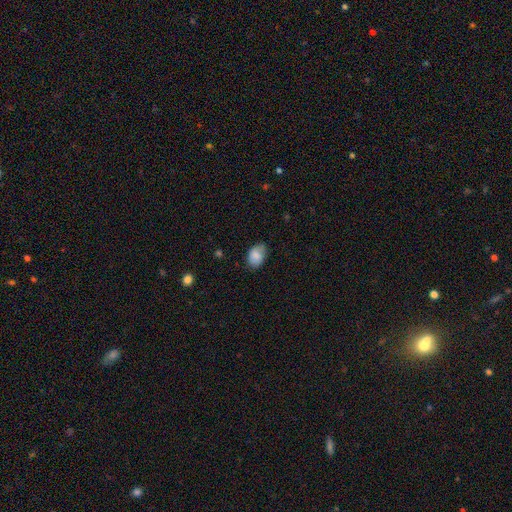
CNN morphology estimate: This appears to be a smooth galaxy with no disk features (83%) that is in between round and cigar-shaped (79%). Merging: none (66%).